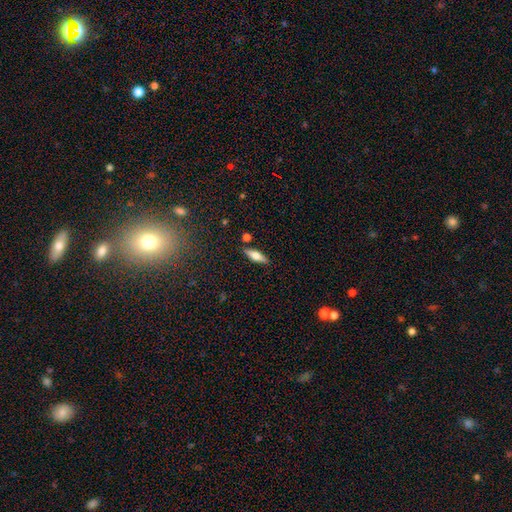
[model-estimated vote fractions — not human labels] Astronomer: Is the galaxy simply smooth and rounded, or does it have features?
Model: smooth — 57% (runner-up: featured or disk, 36%).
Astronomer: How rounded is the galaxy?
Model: in between — 49%, tied with cigar-shaped at 49%.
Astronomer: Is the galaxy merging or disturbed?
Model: none — 84%.